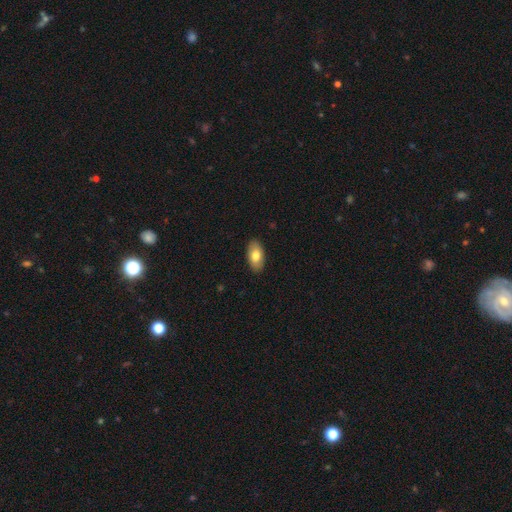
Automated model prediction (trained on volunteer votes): Overall: smooth (77%). How rounded: in between (94%). Merging: none (89%).